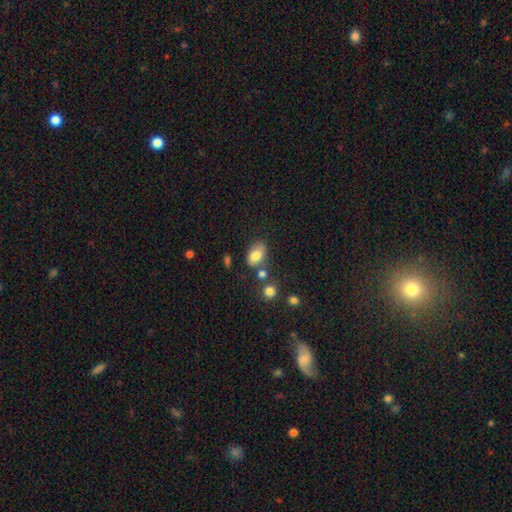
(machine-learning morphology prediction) smooth-or-featured: smooth: 81% | featured or disk: 10% | star or artifact: 9%
  how-rounded: in between: 83% | round: 15% | cigar-shaped: 1%
  merging: none: 61% | minor disturbance: 22% | merger: 11% | major disturbance: 7%